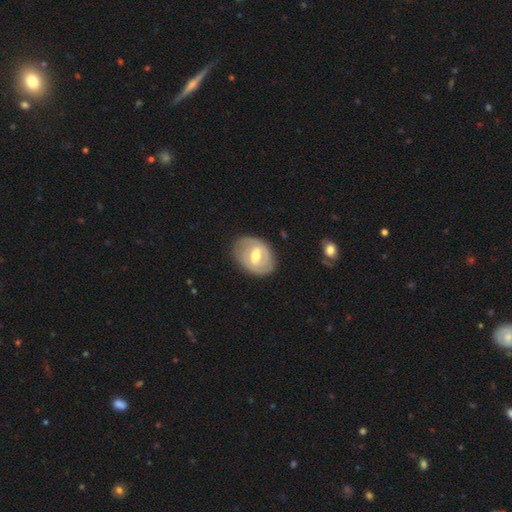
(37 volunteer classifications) Smooth or featured?
  - featured or disk: 86% *
  - smooth: 11%
  - star or artifact: 3%
Edge-on disk?
  - no: 100% *
  - yes: 0%
Bar?
  - strong: 50% *
  - weak: 38%
  - no: 12%
Spiral arms?
  - yes: 91% *
  - no: 9%
Spiral winding?
  - tight: 62% *
  - medium: 34%
  - loose: 3%
Spiral arm count?
  - 2: 86% *
  - can't tell: 10%
  - 3: 3%
  - 1: 0%
  - 4: 0%
  - more than 4: 0%
Bulge size?
  - moderate: 75% *
  - large: 16%
  - small: 6%
  - none: 3%
  - dominant: 0%
Merging?
  - none: 81% *
  - minor disturbance: 17%
  - major disturbance: 3%
  - merger: 0%